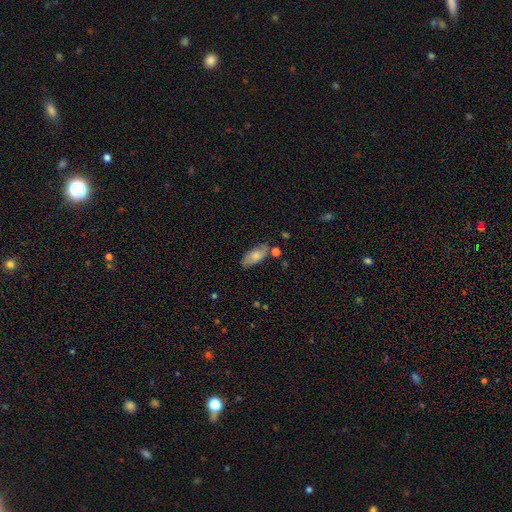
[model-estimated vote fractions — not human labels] This is likely a smooth galaxy (72%). How rounded: clearly in between (85%). Merging: likely none (72%).